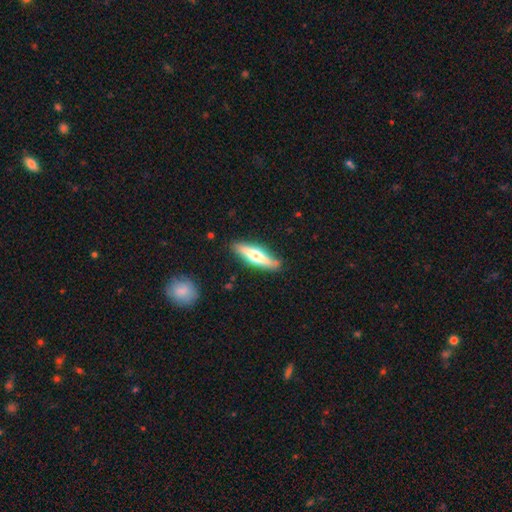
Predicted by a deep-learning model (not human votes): Smooth or featured: featured or disk — 49% (smooth — 46%)
Merging: none — 85% (minor disturbance — 11%)